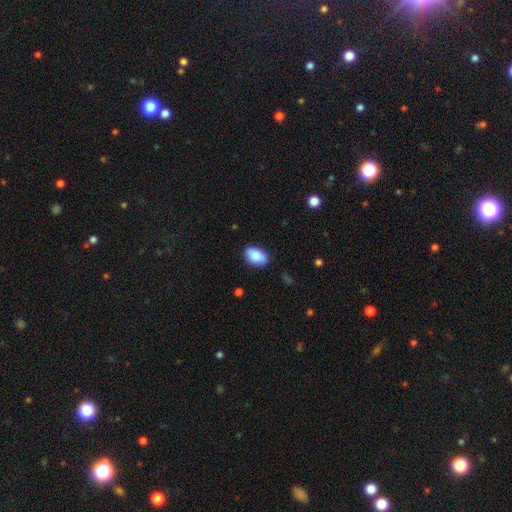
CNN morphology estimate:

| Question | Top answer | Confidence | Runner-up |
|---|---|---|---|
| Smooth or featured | smooth | 84% | featured or disk (9%) |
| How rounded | in between | 91% | round (7%) |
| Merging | none | 84% | minor disturbance (13%) |